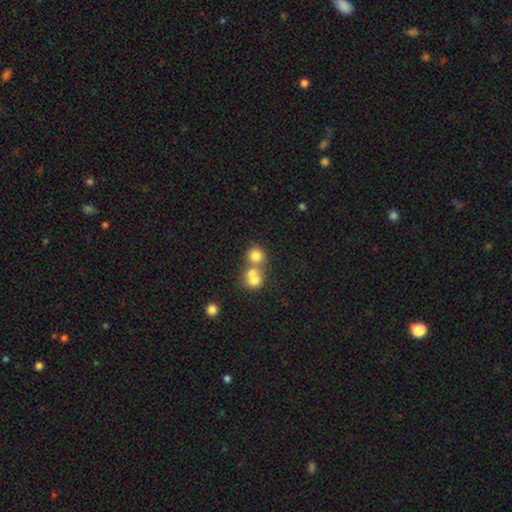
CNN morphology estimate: Q: Smooth or featured?
A: smooth (75%); runner-up: featured or disk (13%)
Q: How rounded?
A: round (84%); runner-up: in between (15%)
Q: Merging?
A: merger (51%); runner-up: none (40%)